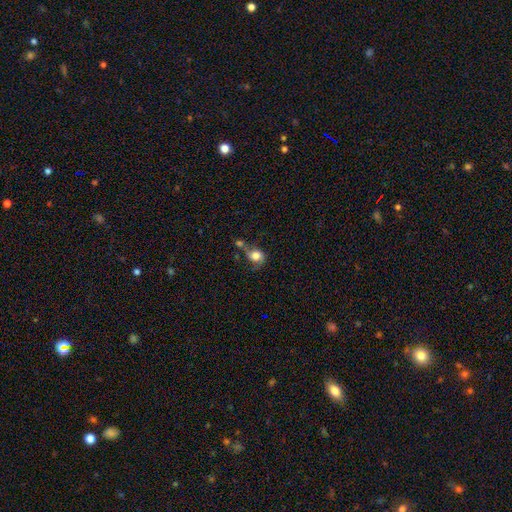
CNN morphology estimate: A smooth galaxy with no disk features (66%) that is round (61%).

Vote fractions:
- Smooth or featured? smooth: 66% / featured or disk: 24% / star or artifact: 10%
- How rounded? round: 61% / in between: 38% / cigar-shaped: 1%
- Merging? merger: 32% / none: 29% / major disturbance: 20% / minor disturbance: 19%